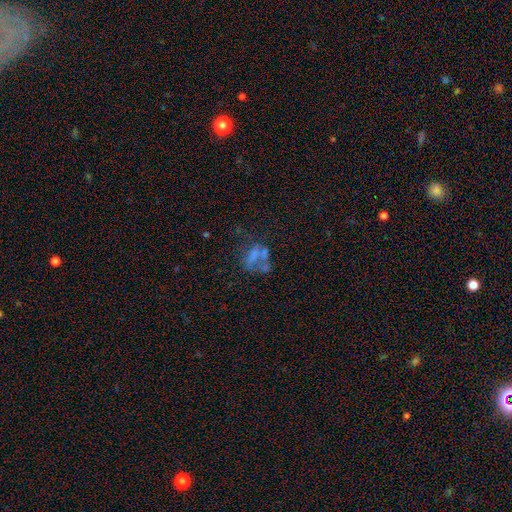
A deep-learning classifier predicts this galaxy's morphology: Smooth or featured: featured or disk — 43% (smooth — 38%)
Merging: none — 32% (tied with major disturbance — 32%)